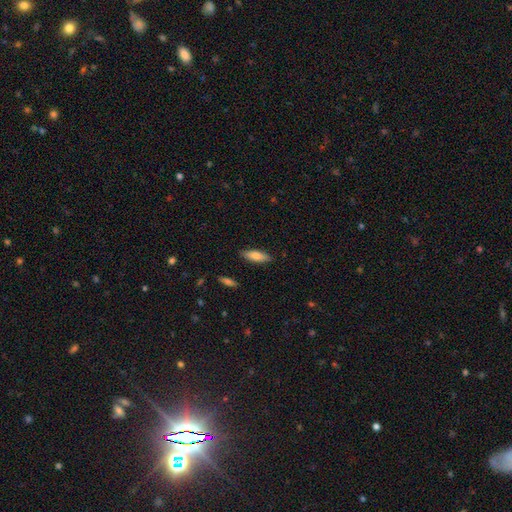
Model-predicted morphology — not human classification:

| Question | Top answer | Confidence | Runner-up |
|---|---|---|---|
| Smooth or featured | smooth | 75% | featured or disk (19%) |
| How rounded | in between | 56% | cigar-shaped (42%) |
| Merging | none | 87% | minor disturbance (10%) |